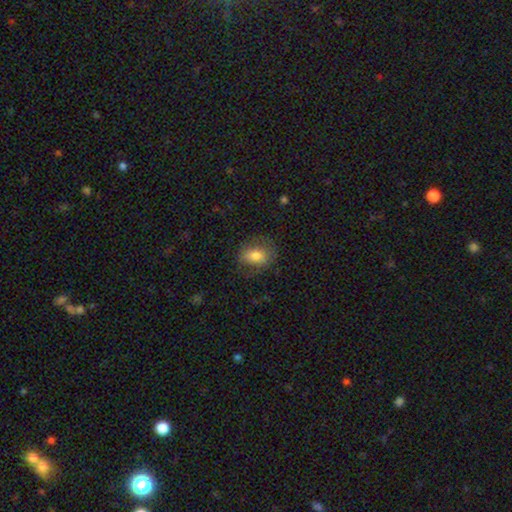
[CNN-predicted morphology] smooth-or-featured: smooth: 74% | featured or disk: 17% | star or artifact: 9%
  how-rounded: in between: 71% | round: 27% | cigar-shaped: 2%
  merging: none: 73% | minor disturbance: 18% | major disturbance: 8% | merger: 1%